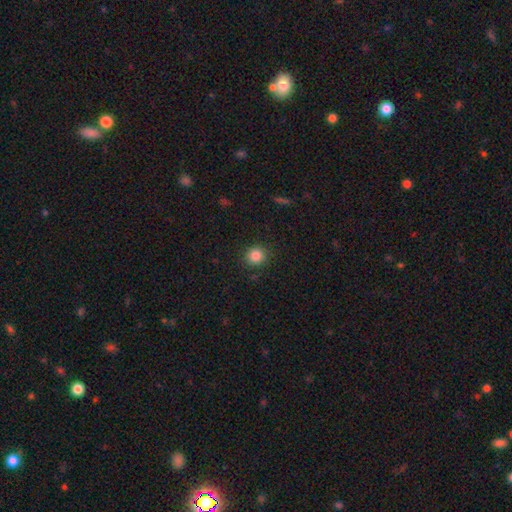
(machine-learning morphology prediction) This appears to be a smooth galaxy with no disk features (85%) that is round (89%). Merging: none (88%).